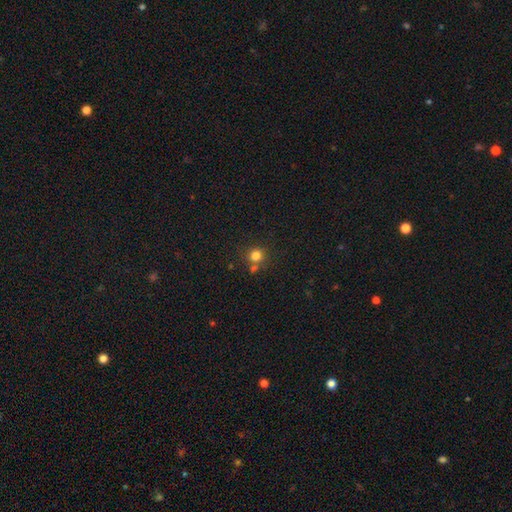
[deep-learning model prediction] Smooth or featured? smooth (80%)
How rounded? round (91%)
Merging? none (69%)